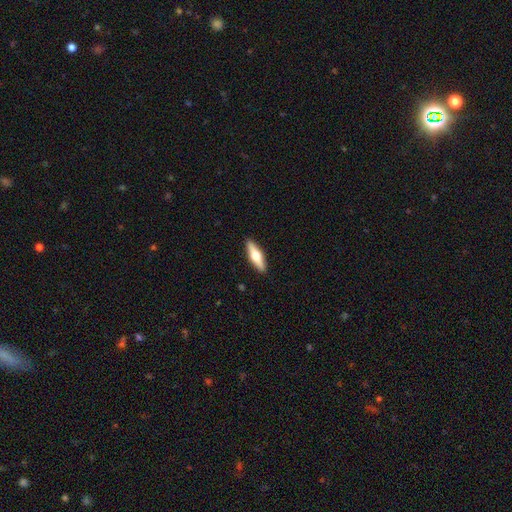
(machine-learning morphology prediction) Q: Smooth or featured?
A: featured or disk (51%); runner-up: smooth (44%)
Q: Edge-on disk?
A: yes (93%); runner-up: no (7%)
Q: Merging?
A: none (91%); runner-up: minor disturbance (7%)